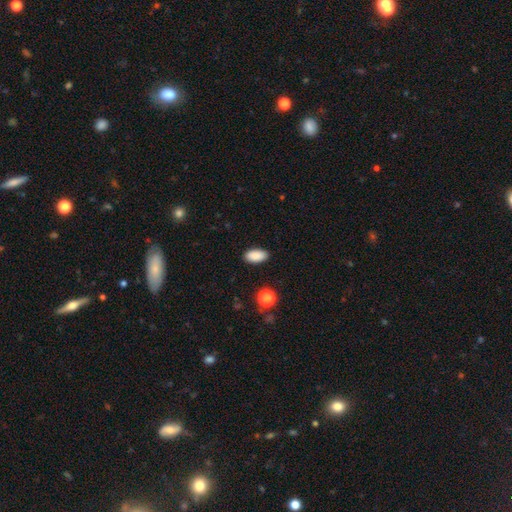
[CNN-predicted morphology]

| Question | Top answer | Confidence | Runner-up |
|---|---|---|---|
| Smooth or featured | smooth | 89% | star or artifact (8%) |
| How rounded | in between | 92% | cigar-shaped (4%) |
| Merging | none | 89% | minor disturbance (8%) |